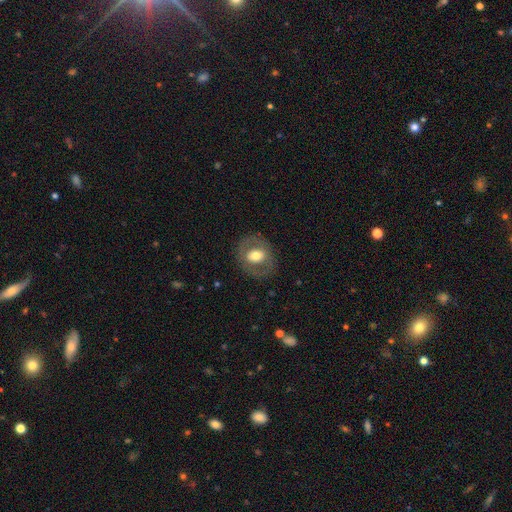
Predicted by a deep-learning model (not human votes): A smooth galaxy with no disk features (47%).

Vote fractions:
- Smooth or featured? smooth: 47% / featured or disk: 46% / star or artifact: 7%
- Merging? none: 79% / minor disturbance: 12% / major disturbance: 8% / merger: 1%